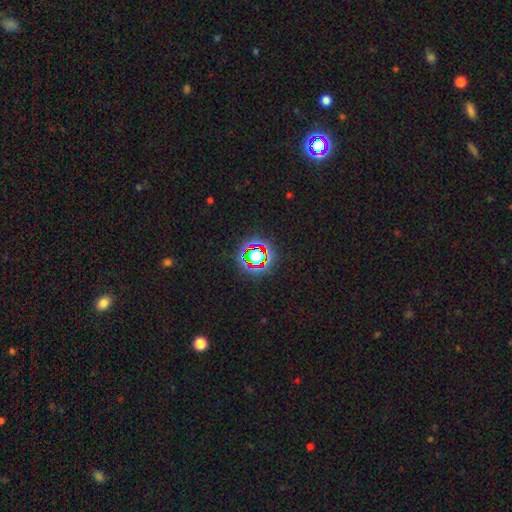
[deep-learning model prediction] Smooth or featured? star or artifact (69%)